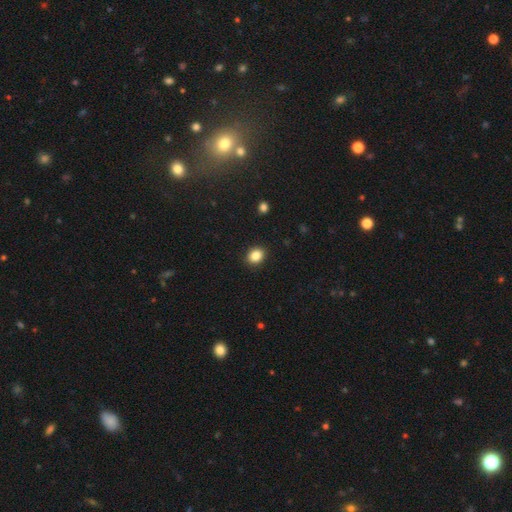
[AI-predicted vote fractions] This appears to be a smooth galaxy with no disk features (86%) that is in between round and cigar-shaped (51%). Merging: none (91%).